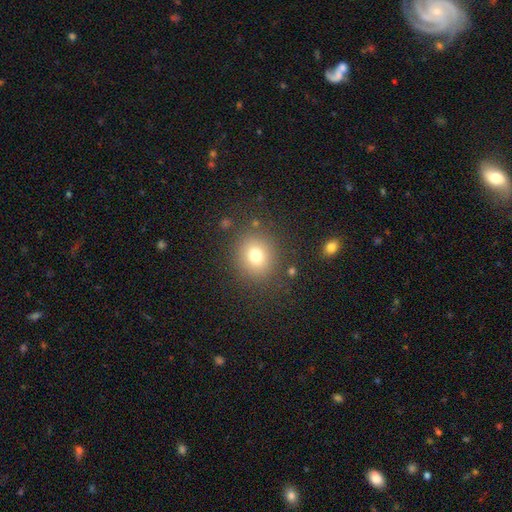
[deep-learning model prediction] Smooth or featured? smooth (76%)
How rounded? round (81%)
Merging? none (84%)